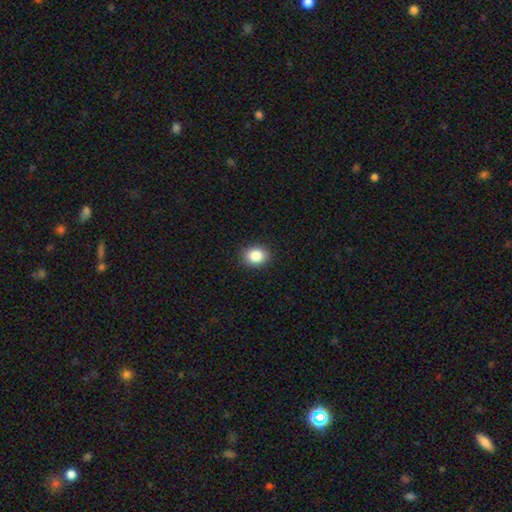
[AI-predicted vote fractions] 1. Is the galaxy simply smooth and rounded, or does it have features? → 86% smooth, 9% star or artifact, 5% featured or disk.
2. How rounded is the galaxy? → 58% round, 41% in between, 1% cigar-shaped.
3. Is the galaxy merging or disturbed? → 91% none, 7% minor disturbance, 2% major disturbance, 1% merger.